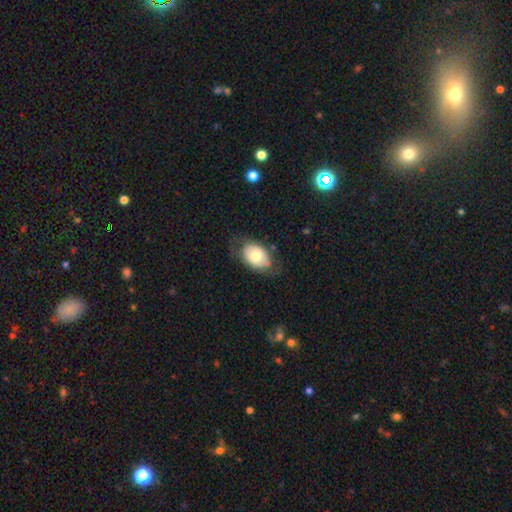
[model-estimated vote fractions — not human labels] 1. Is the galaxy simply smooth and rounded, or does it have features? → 65% smooth, 28% featured or disk, 7% star or artifact.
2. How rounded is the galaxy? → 86% in between, 13% round, 1% cigar-shaped.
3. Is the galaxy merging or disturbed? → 69% none, 20% minor disturbance, 9% major disturbance, 2% merger.